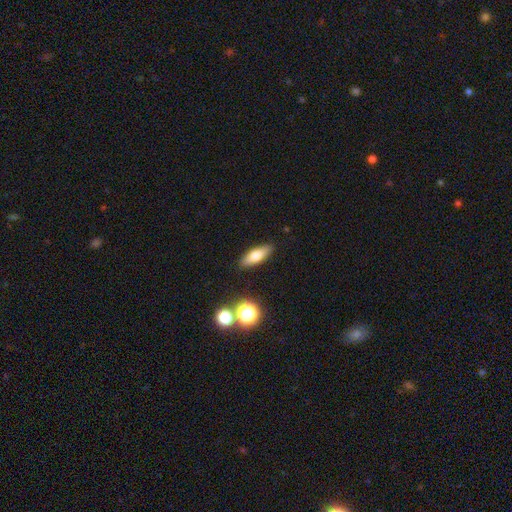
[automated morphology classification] Smooth or featured? smooth (68%)
How rounded? in between (59%)
Merging? none (88%)